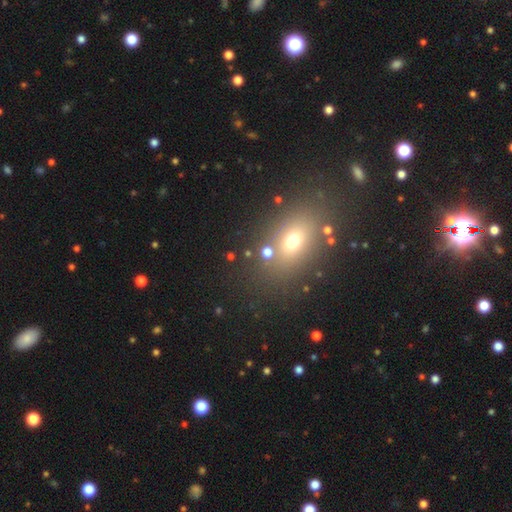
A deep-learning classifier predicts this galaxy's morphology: A smooth galaxy with no disk features (58%) that is in between round and cigar-shaped (66%). Merging: none (80%).